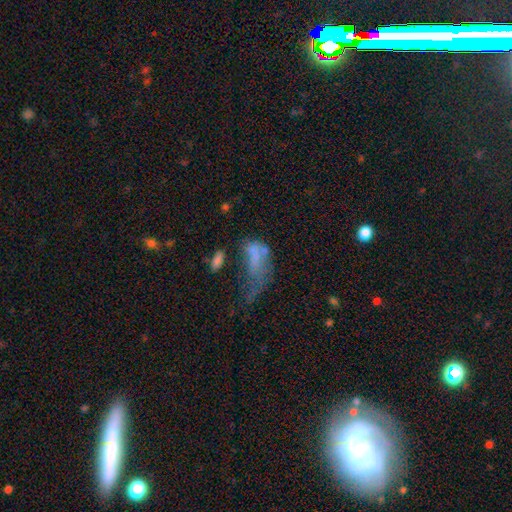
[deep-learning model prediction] A smooth galaxy with no disk features (50%) that is in between round and cigar-shaped (83%). Merging: major disturbance (51%).